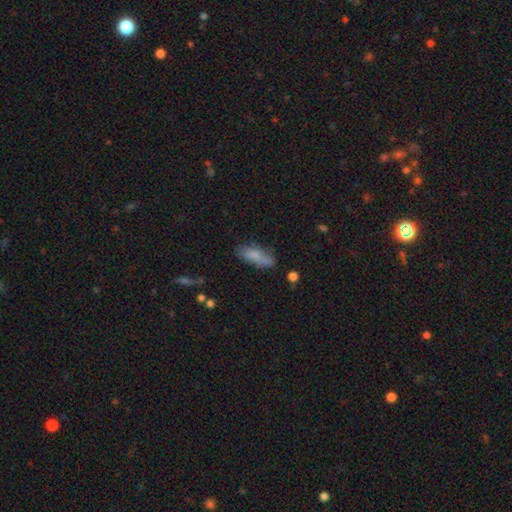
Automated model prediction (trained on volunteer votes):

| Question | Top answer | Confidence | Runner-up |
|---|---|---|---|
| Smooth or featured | smooth | 74% | featured or disk (18%) |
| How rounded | in between | 61% | cigar-shaped (36%) |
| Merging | none | 58% | minor disturbance (27%) |